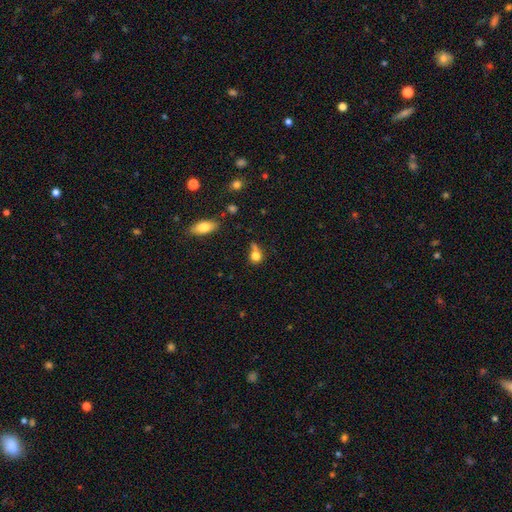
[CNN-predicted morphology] The model was most divided on "merging": none: 42%, merger: 28%, minor disturbance: 19%, major disturbance: 11%. More confident: smooth or featured — smooth (78%); how rounded — round (71%).